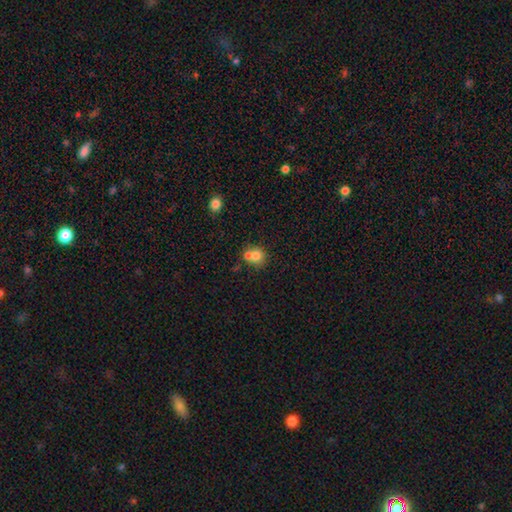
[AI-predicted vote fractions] A smooth galaxy with no disk features (74%) that is round (83%). Merging: merger (50%).